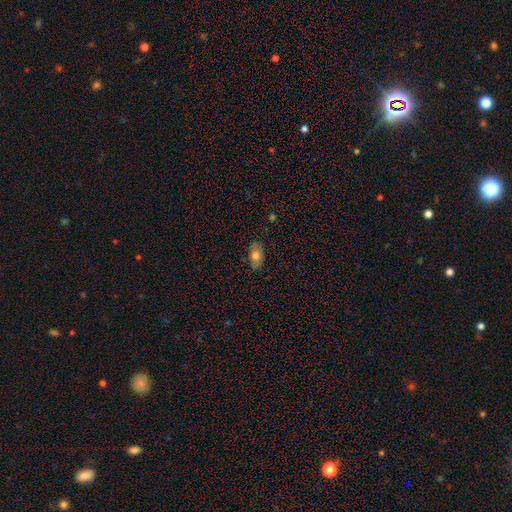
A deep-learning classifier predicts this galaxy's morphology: smooth 73%, featured or disk 18%, star or artifact 9%. Down the decision tree: how rounded — in between (87%); merging — none (78%).